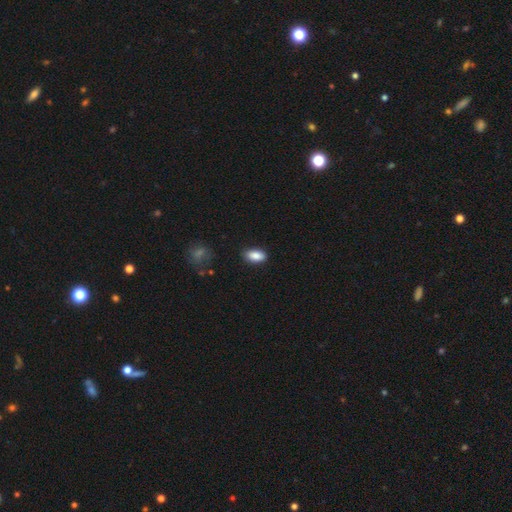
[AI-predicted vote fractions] Smooth or featured? Predicted: smooth (p=0.87). How rounded? Predicted: in between (p=0.91). Merging? Predicted: none (p=0.85).